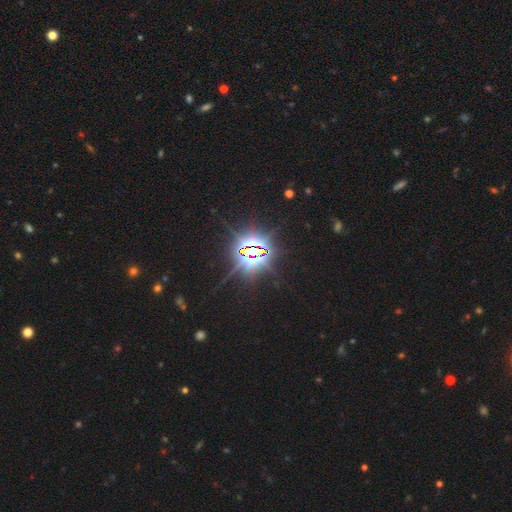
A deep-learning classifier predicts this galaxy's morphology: smooth_or_featured: star or artifact (p=0.87) [alt: featured or disk p=0.07]